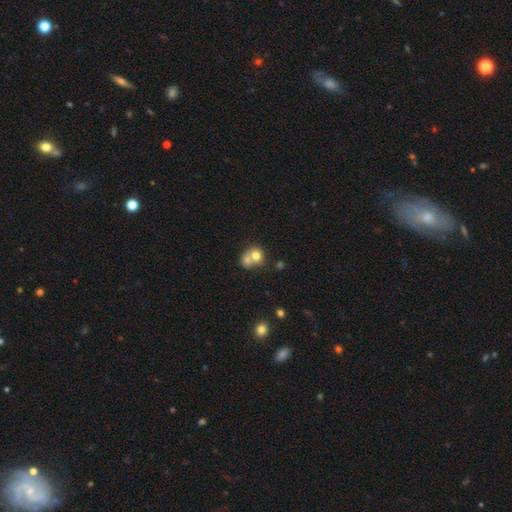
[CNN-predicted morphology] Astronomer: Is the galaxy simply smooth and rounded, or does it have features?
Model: smooth — 71%.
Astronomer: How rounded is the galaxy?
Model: round — 68%.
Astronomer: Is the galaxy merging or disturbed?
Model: merger — 64%.